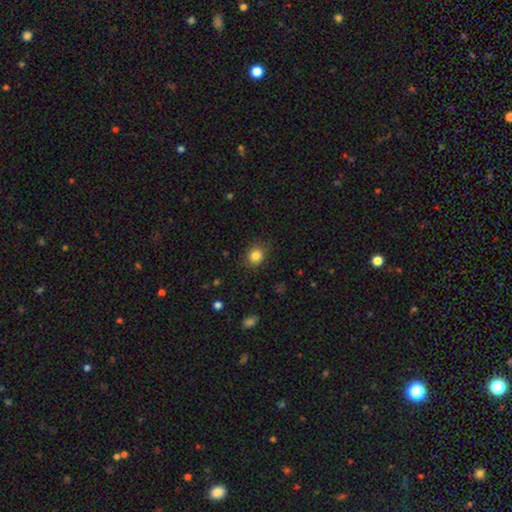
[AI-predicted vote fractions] Morphology: type=smooth (84%); roundness=round (72%); merging=none (85%).